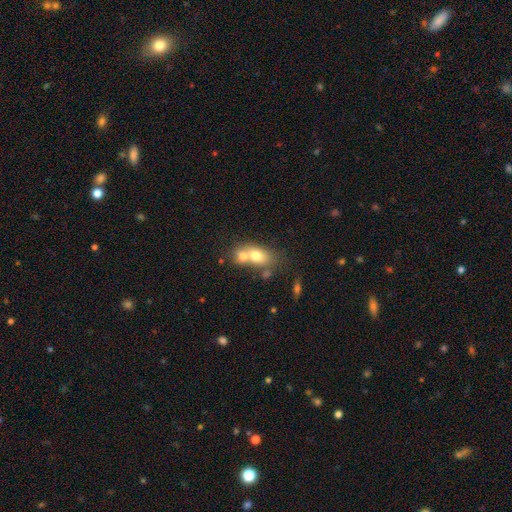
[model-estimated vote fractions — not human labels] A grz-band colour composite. It shows a smooth galaxy with no disk features (69%) that is in between round and cigar-shaped (67%). Merging: merger (61%).